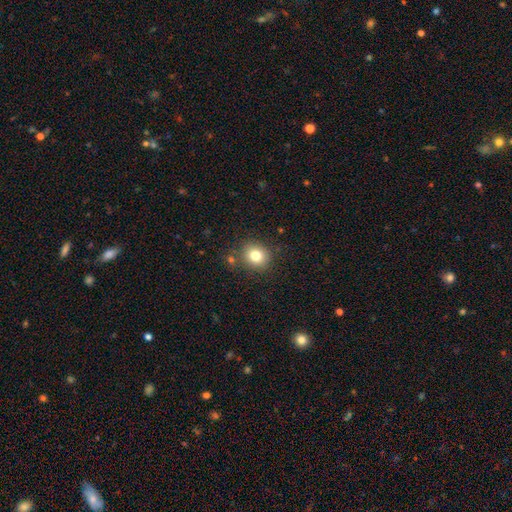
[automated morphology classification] This is likely a smooth galaxy (79%). How rounded: likely round (79%). Merging: clearly none (83%).